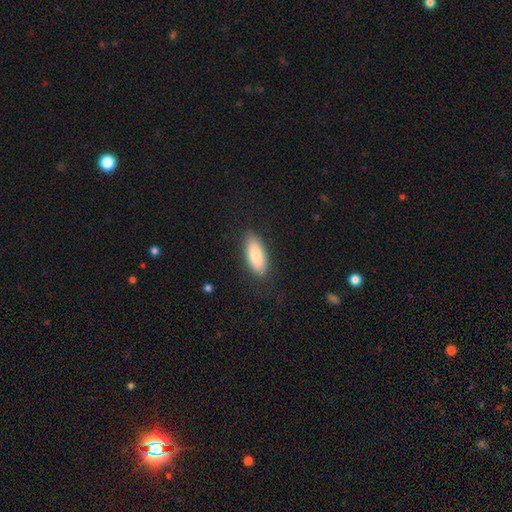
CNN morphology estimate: The model was most divided on "how rounded": in between: 82%, cigar-shaped: 16%, round: 2%. More confident: merging — none (84%); smooth or featured — smooth (83%).